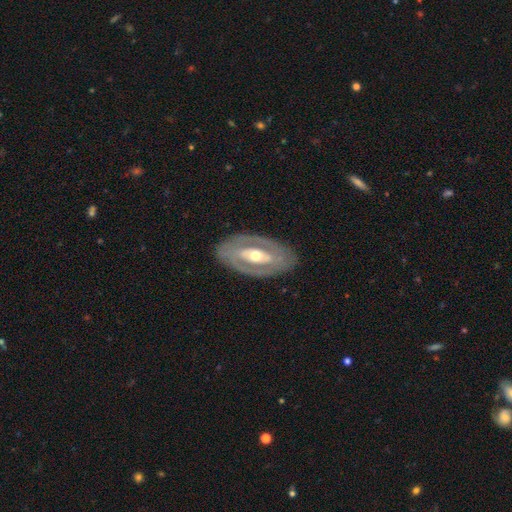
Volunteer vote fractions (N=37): This appears to be a featured or disk galaxy (73%) with no bar (48%), no spiral arms (74%) and a moderate central bulge (78%). Merging: none (89%).